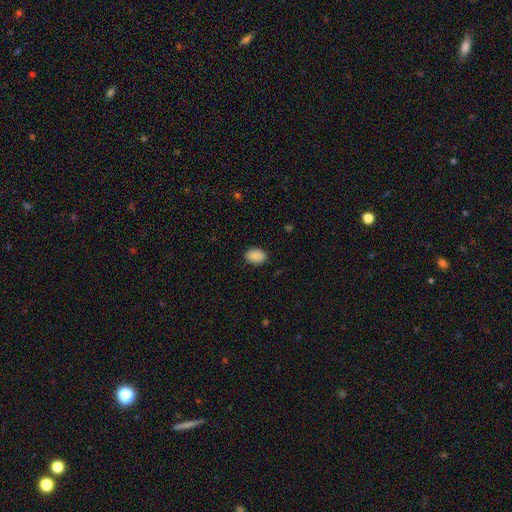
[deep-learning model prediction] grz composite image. It shows a smooth galaxy with no disk features (89%) that is in between round and cigar-shaped (84%). Merging: none (85%).